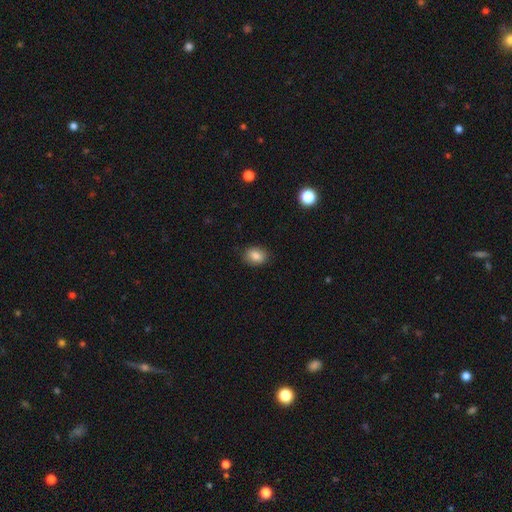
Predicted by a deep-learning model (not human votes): Smooth or featured: smooth — 84% (star or artifact — 9%)
How rounded: in between — 67% (round — 32%)
Merging: none — 86% (minor disturbance — 11%)